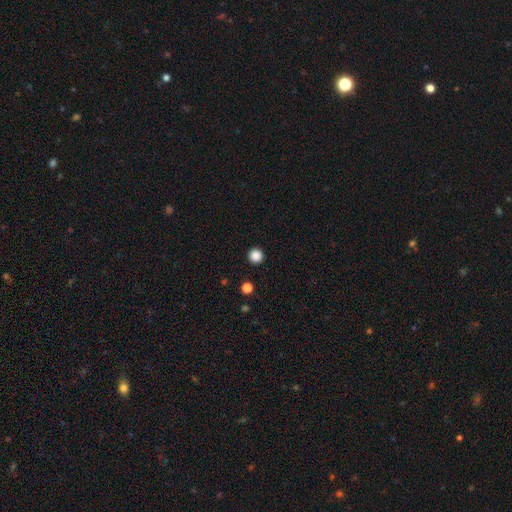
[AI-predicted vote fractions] The model was most divided on "smooth or featured": smooth: 87%, star or artifact: 11%, featured or disk: 3%. More confident: how rounded — round (96%); merging — none (94%).